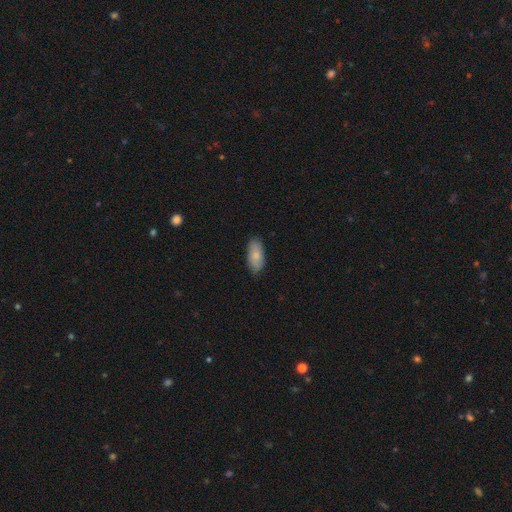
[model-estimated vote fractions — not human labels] A smooth galaxy with no disk features (80%) that is in between round and cigar-shaped (91%). Merging: none (81%).